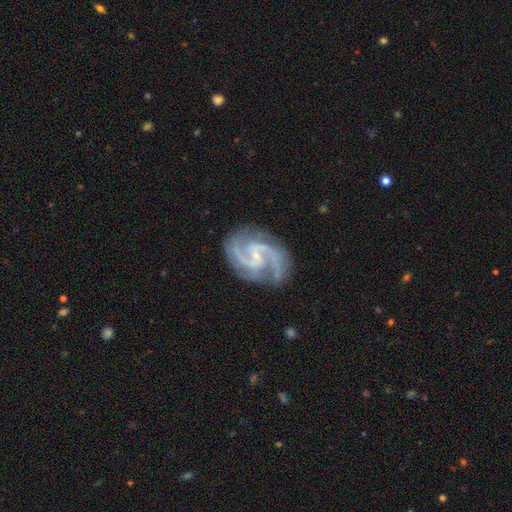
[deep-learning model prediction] Overall: featured or disk (93%). Edge-on disk: no (98%). Bar: weak (45%; no 37%). Spiral arms: yes (99%). Spiral arm count: 2 (84%). Spiral winding: medium (64%). Bulge size: small (78%). Merging: none (75%).